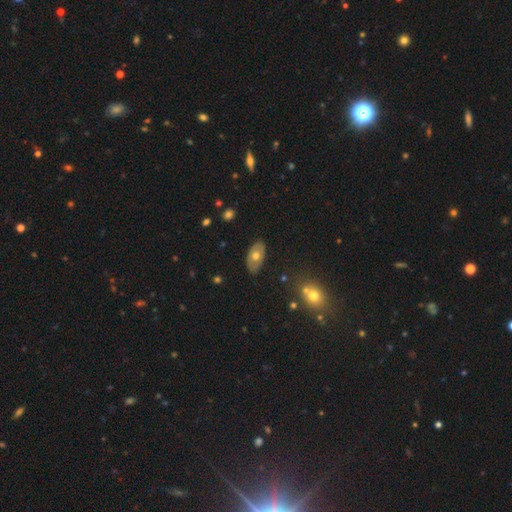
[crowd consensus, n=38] Q: Smooth or featured?
A: smooth (66%); runner-up: featured or disk (29%)
Q: How rounded?
A: in between (96%); runner-up: round (4%)
Q: Merging?
A: none (75%); runner-up: minor disturbance (19%)